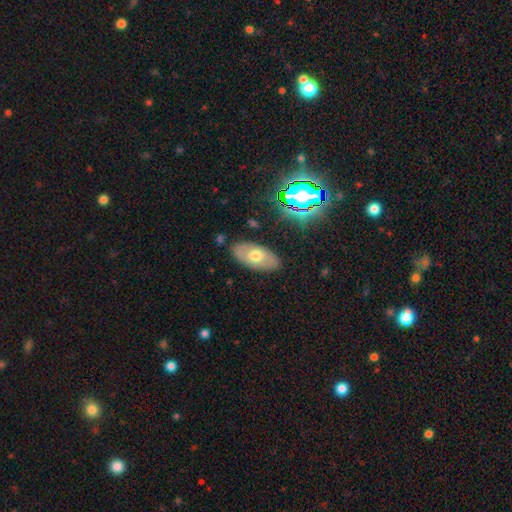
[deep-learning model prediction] A smooth galaxy with no disk features (53%) that is in between round and cigar-shaped (92%).

Vote fractions:
- Smooth or featured? smooth: 53% / featured or disk: 39% / star or artifact: 8%
- How rounded? in between: 92% / round: 4% / cigar-shaped: 3%
- Merging? none: 83% / minor disturbance: 12% / major disturbance: 3% / merger: 2%